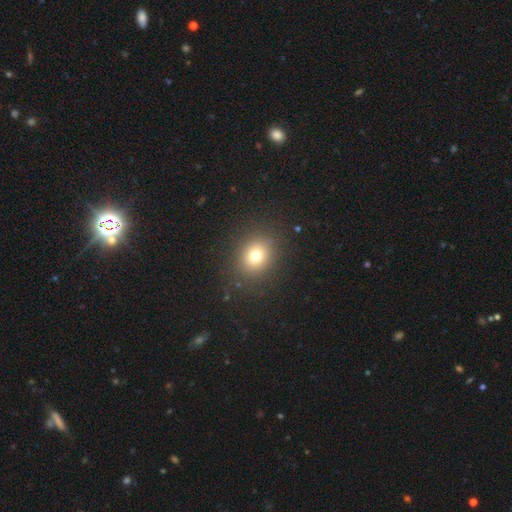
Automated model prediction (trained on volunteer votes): A smooth galaxy with no disk features (76%) that is round (65%). Merging: none (87%).